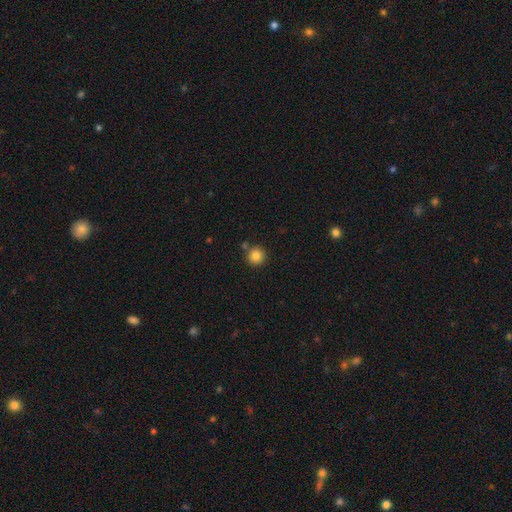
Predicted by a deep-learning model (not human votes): The model was most divided on "merging": none: 81%, merger: 9%, minor disturbance: 8%, major disturbance: 2%. More confident: how rounded — round (94%); smooth or featured — smooth (84%).